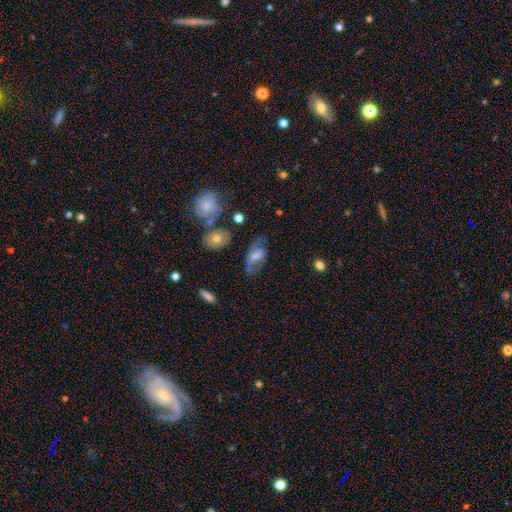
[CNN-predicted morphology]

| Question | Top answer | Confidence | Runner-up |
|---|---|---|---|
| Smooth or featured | featured or disk | 53% | smooth (37%) |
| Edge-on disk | no | 89% | yes (11%) |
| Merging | none | 54% | minor disturbance (24%) |